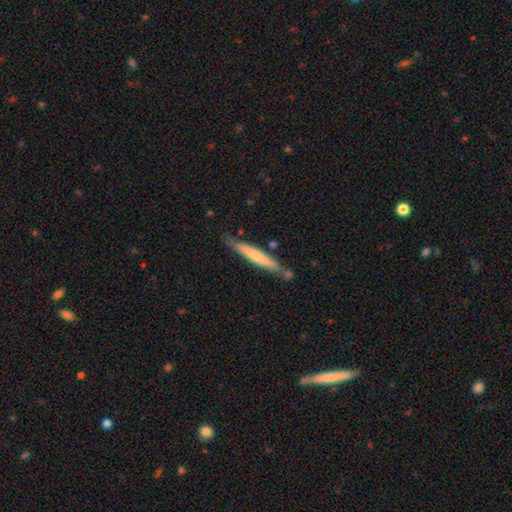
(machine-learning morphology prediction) type=smooth (54%); roundness=cigar-shaped (94%); merging=none (75%).